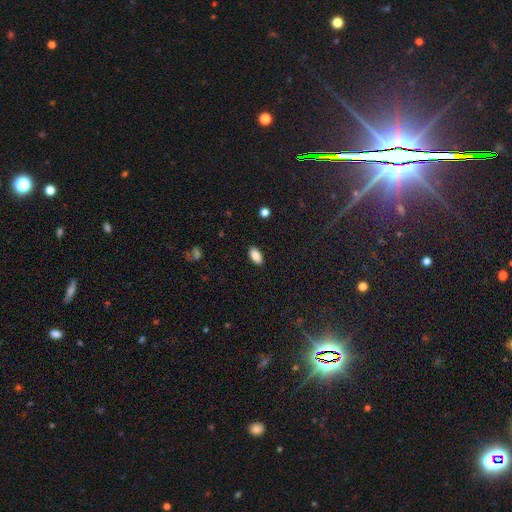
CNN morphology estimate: Q: Smooth or featured?
A: smooth (88%); runner-up: star or artifact (8%)
Q: How rounded?
A: in between (92%); runner-up: cigar-shaped (4%)
Q: Merging?
A: none (88%); runner-up: minor disturbance (9%)